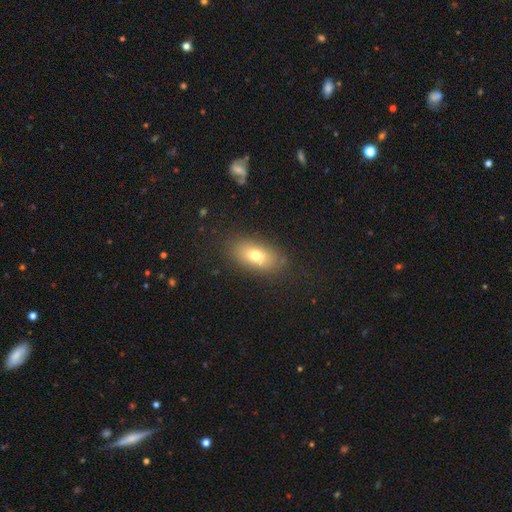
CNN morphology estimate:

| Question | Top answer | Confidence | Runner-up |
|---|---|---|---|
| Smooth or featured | smooth | 73% | featured or disk (18%) |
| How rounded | in between | 86% | cigar-shaped (7%) |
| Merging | none | 83% | minor disturbance (12%) |